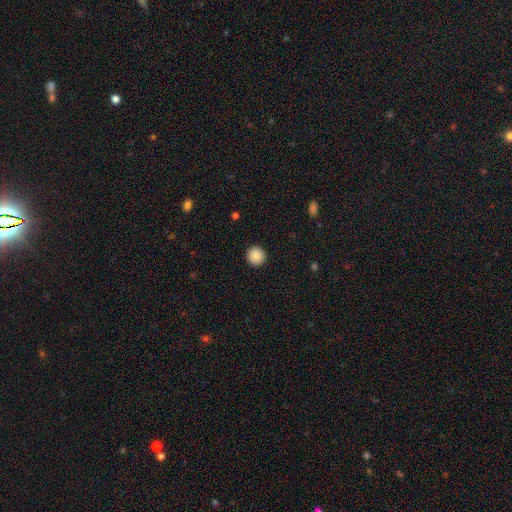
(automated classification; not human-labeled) Overall: smooth (89%). How rounded: round (96%). Merging: none (93%).